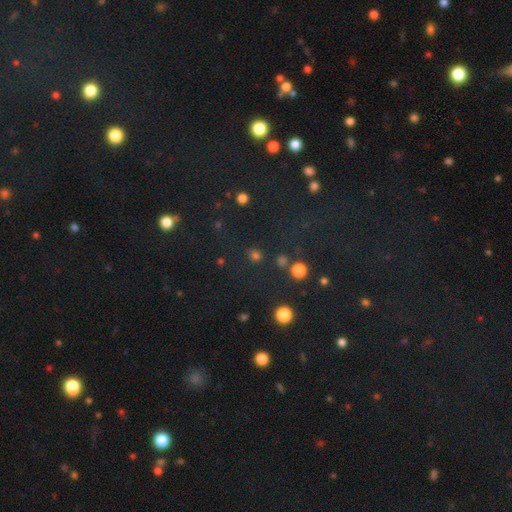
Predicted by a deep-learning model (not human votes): A smooth galaxy with no disk features (54%) that is round (85%).

Vote fractions:
- Smooth or featured? smooth: 54% / star or artifact: 40% / featured or disk: 6%
- How rounded? round: 85% / in between: 14% / cigar-shaped: 1%
- Merging? none: 81% / minor disturbance: 8% / merger: 6% / major disturbance: 4%